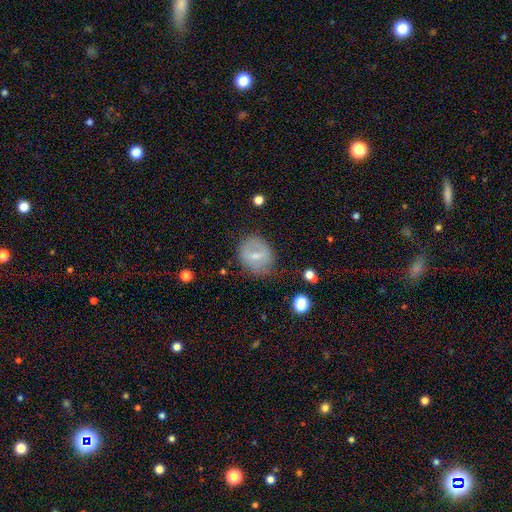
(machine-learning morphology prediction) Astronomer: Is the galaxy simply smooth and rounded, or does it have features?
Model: smooth — 50% (runner-up: featured or disk, 41%).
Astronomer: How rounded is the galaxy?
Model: round — 57% (runner-up: in between, 42%).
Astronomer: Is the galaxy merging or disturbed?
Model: none — 62%.